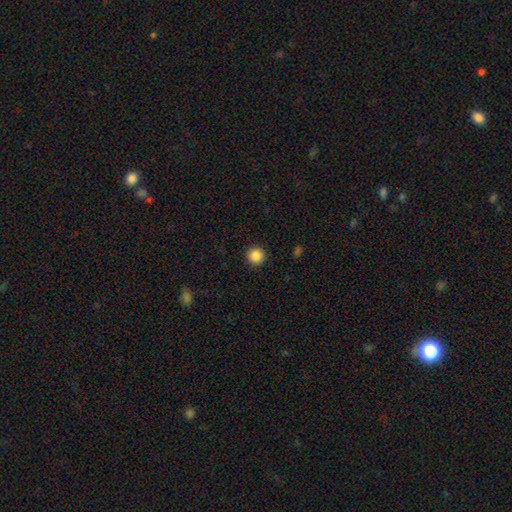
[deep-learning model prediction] Smooth or featured: smooth — 87% (star or artifact — 10%)
How rounded: round — 96% (in between — 4%)
Merging: none — 92% (minor disturbance — 5%)